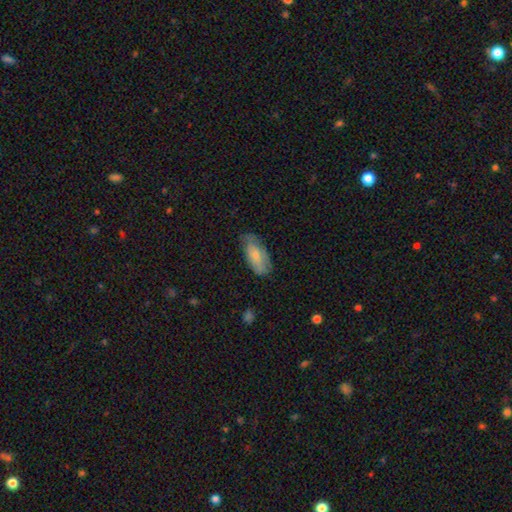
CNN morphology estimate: Smooth or featured? Predicted: smooth (p=0.69). How rounded? Predicted: in between (p=0.89). Merging? Predicted: none (p=0.59).